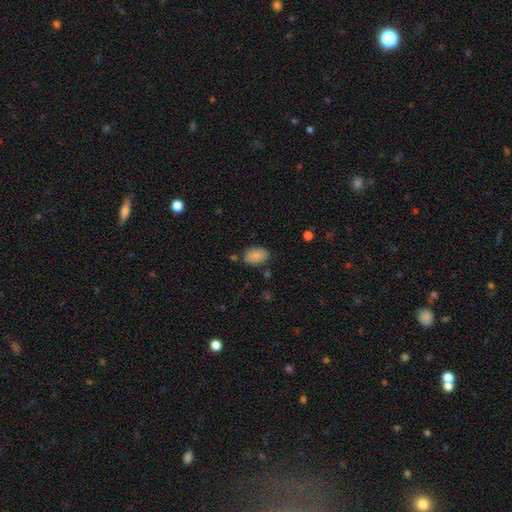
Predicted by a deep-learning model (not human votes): This appears to be a smooth galaxy with no disk features (86%) that is in between round and cigar-shaped (88%). Merging: none (77%).